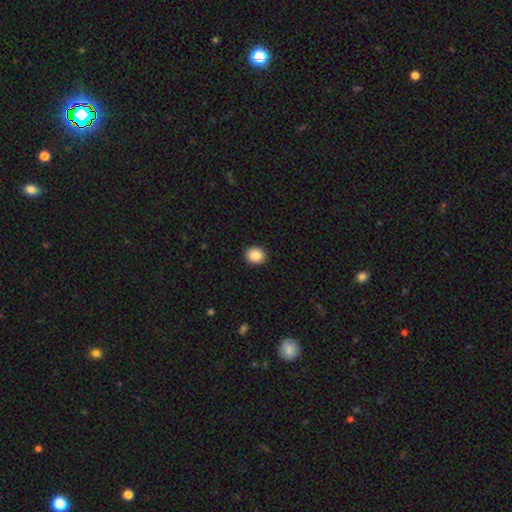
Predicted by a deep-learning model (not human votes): Overall: smooth (86%). How rounded: round (75%). Merging: none (92%).